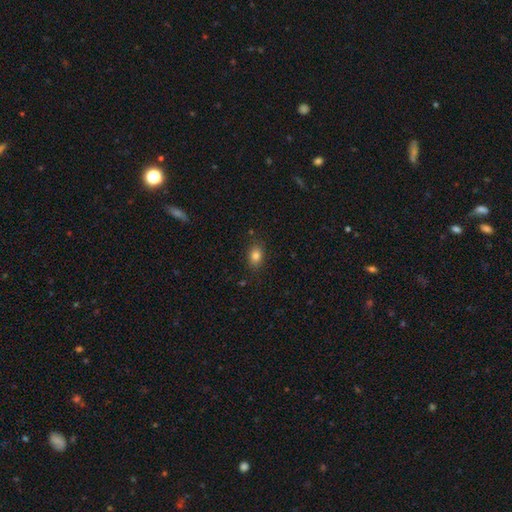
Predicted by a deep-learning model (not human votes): A smooth galaxy with no disk features (82%) that is in between round and cigar-shaped (71%). Merging: none (85%).